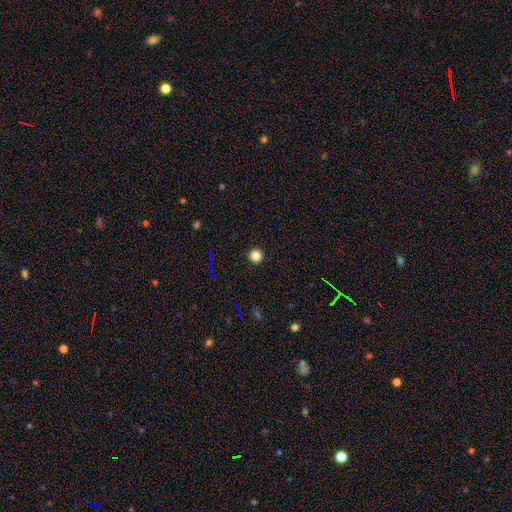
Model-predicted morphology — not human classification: Smooth or featured? smooth (82%)
How rounded? round (96%)
Merging? none (93%)